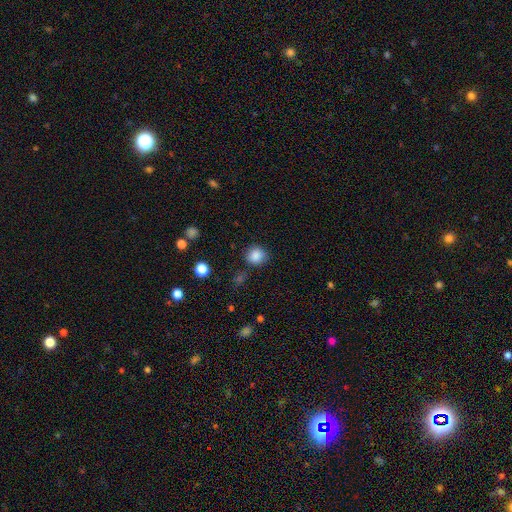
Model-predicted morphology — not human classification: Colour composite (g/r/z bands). It shows a smooth galaxy with no disk features (86%) that is round (85%). Merging: none (82%).